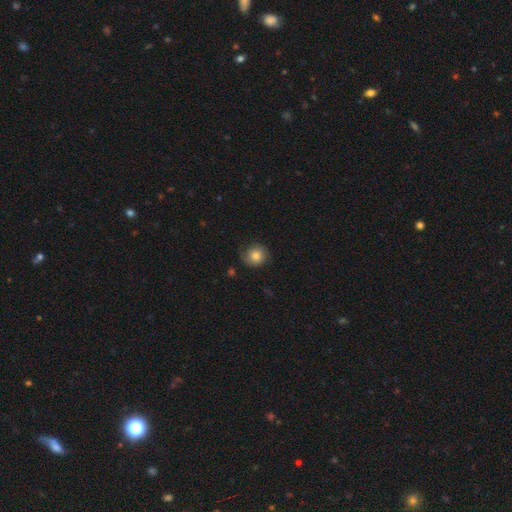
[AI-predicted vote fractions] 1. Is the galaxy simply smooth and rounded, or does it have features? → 79% smooth, 12% featured or disk, 9% star or artifact.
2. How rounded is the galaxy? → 89% round, 10% in between, 1% cigar-shaped.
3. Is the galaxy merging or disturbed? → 76% none, 18% minor disturbance, 5% major disturbance, 1% merger.